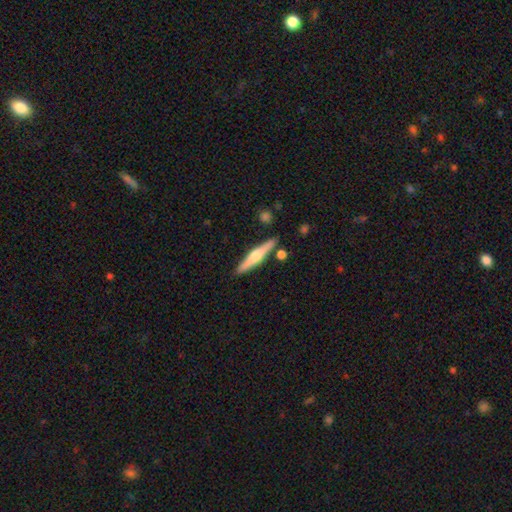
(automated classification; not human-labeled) Smooth or featured? featured or disk (57%)
Edge-on disk? yes (97%)
Edge-on bulge? rounded (83%)
Merging? none (86%)